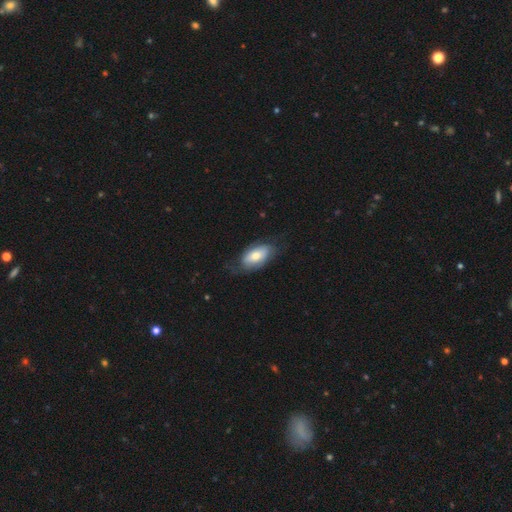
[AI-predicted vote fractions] Smooth or featured?
  - smooth: 56% *
  - featured or disk: 38%
  - star or artifact: 6%
How rounded?
  - in between: 91% *
  - cigar-shaped: 4%
  - round: 4%
Merging?
  - none: 63% *
  - minor disturbance: 24%
  - major disturbance: 12%
  - merger: 1%